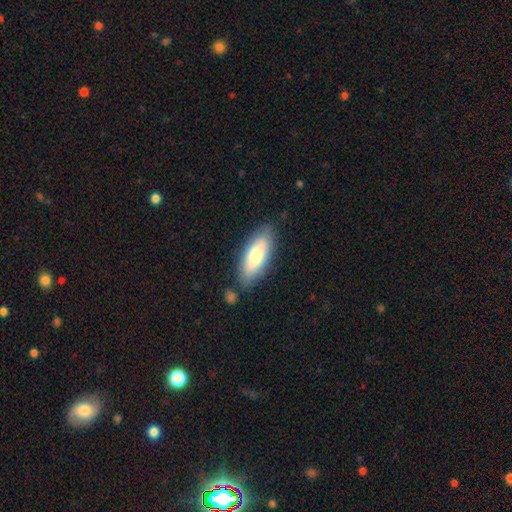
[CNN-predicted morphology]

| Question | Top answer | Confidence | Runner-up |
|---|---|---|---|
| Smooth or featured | smooth | 74% | featured or disk (20%) |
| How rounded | in between | 69% | cigar-shaped (29%) |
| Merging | none | 79% | minor disturbance (14%) |